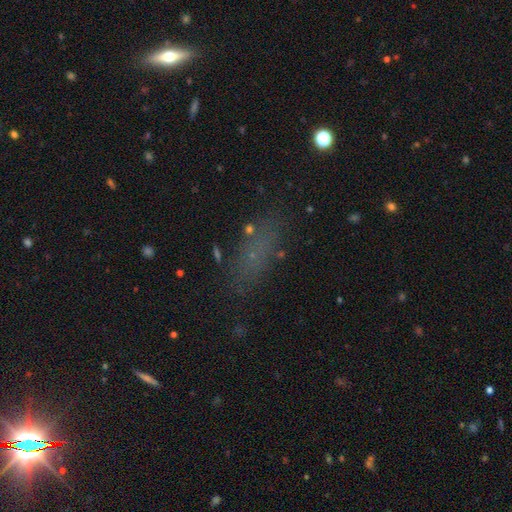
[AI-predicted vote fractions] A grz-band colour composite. It shows a smooth galaxy with no disk features (54%) that is in between round and cigar-shaped (58%). Merging: none (72%).